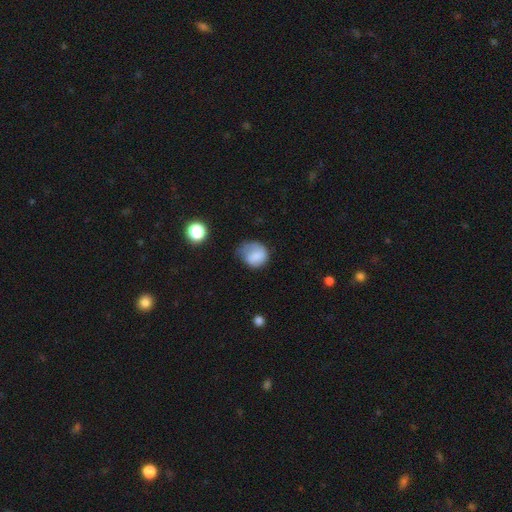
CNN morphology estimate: Smooth or featured: smooth — 75% (featured or disk — 17%)
How rounded: round — 67% (in between — 32%)
Merging: none — 37% (tied with minor disturbance — 37%)